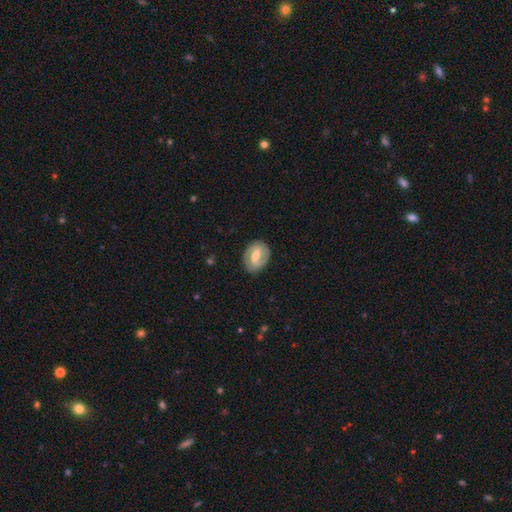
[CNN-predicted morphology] This appears to be a featured or disk galaxy (67%) with a strong bar (46%), spiral arms (69%) and a moderate central bulge (64%). Merging: none (83%).